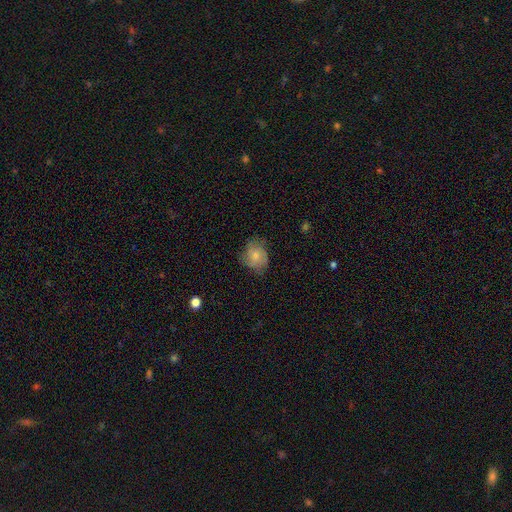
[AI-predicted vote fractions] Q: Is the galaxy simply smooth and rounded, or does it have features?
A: smooth — 55%.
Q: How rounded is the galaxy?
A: round — 57%.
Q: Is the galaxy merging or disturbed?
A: none — 64%.